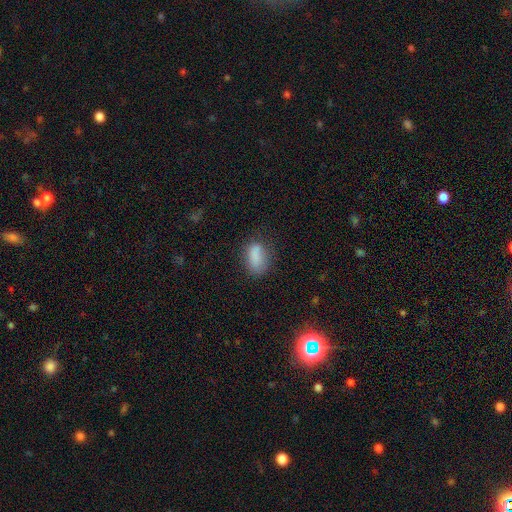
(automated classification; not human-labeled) smooth-or-featured: smooth: 82% | star or artifact: 9% | featured or disk: 8%
  how-rounded: in between: 87% | round: 9% | cigar-shaped: 5%
  merging: none: 62% | minor disturbance: 24% | major disturbance: 10% | merger: 3%